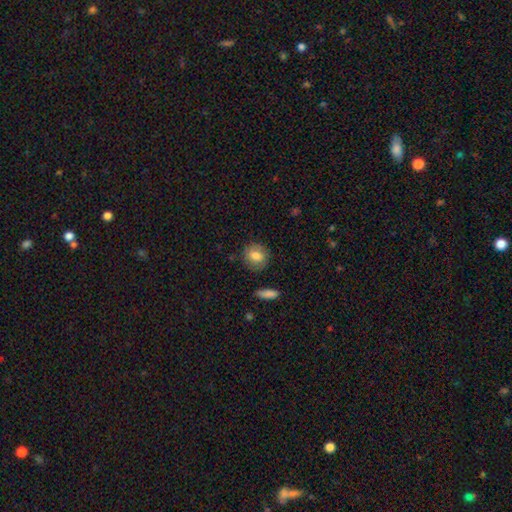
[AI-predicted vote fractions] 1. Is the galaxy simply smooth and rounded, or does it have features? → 81% smooth, 11% featured or disk, 8% star or artifact.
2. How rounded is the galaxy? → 75% round, 24% in between, 2% cigar-shaped.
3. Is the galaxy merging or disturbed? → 84% none, 11% minor disturbance, 3% major disturbance, 2% merger.